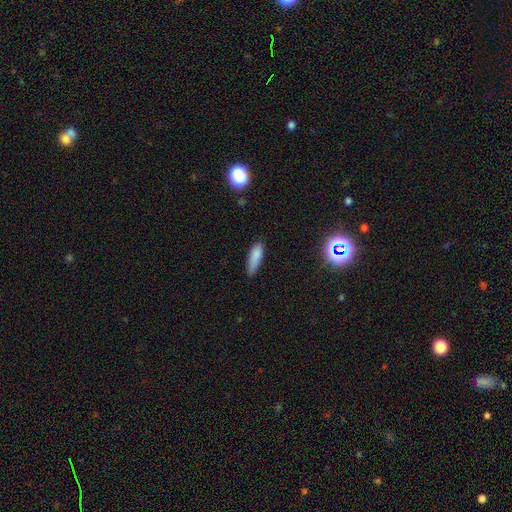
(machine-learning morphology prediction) Q: Smooth or featured?
A: smooth (82%); runner-up: star or artifact (9%)
Q: How rounded?
A: cigar-shaped (52%); runner-up: in between (46%)
Q: Merging?
A: none (69%); runner-up: minor disturbance (24%)